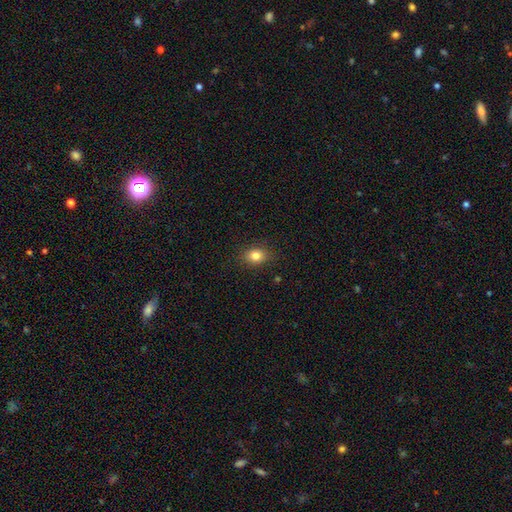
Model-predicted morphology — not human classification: Smooth or featured?
  - smooth: 82% *
  - star or artifact: 11%
  - featured or disk: 7%
How rounded?
  - in between: 60% *
  - round: 39%
  - cigar-shaped: 1%
Merging?
  - none: 87% *
  - minor disturbance: 9%
  - major disturbance: 2%
  - merger: 1%